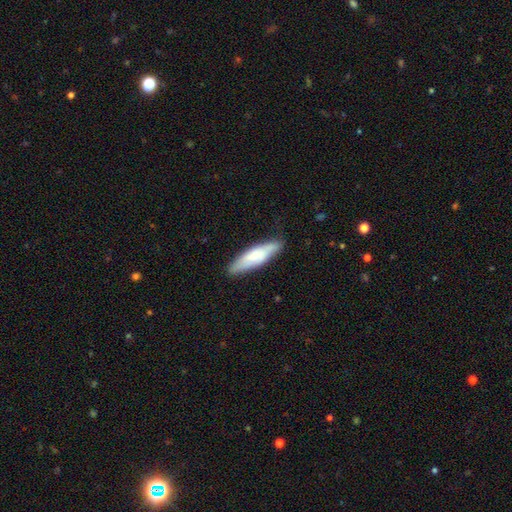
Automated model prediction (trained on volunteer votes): This is possibly a smooth galaxy (59%). How rounded: likely cigar-shaped (63%). Merging: likely none (78%).